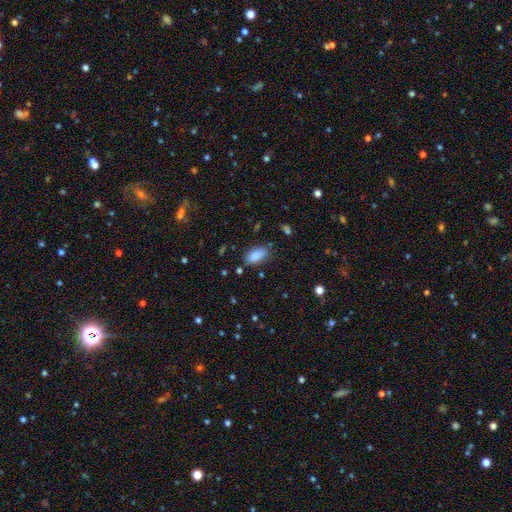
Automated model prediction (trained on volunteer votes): Morphology: type=smooth (88%); roundness=in between (92%); merging=none (78%).